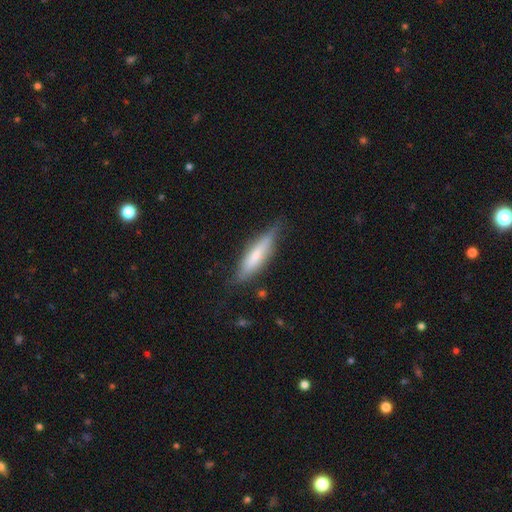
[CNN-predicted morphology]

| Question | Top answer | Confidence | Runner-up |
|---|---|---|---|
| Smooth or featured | smooth | 51% | featured or disk (43%) |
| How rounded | cigar-shaped | 76% | in between (23%) |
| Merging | none | 74% | minor disturbance (20%) |